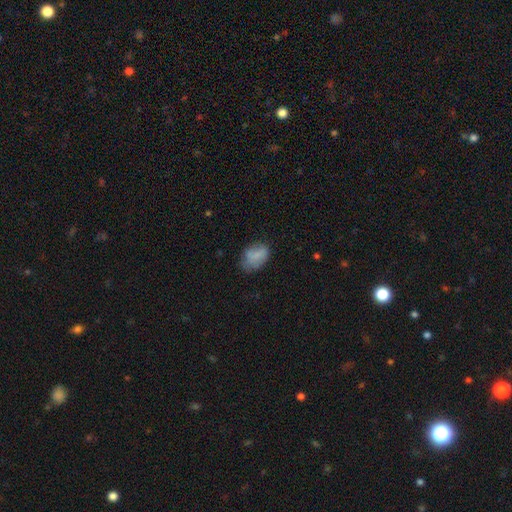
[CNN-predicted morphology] Smooth or featured? Predicted: smooth (p=0.77). How rounded? Predicted: in between (p=0.82). Merging? Predicted: none (p=0.55).